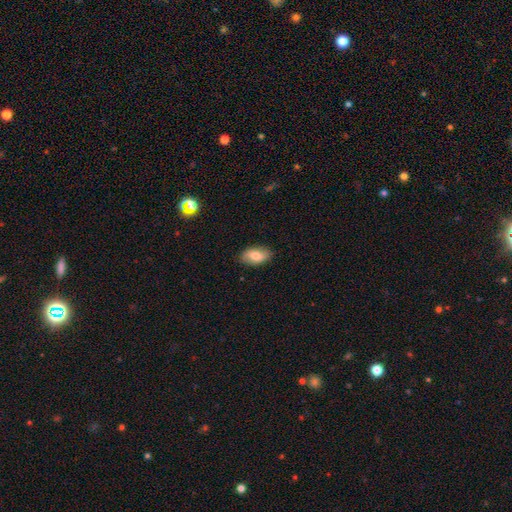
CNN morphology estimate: This is likely a smooth galaxy (73%). How rounded: clearly in between (93%). Merging: clearly none (86%).